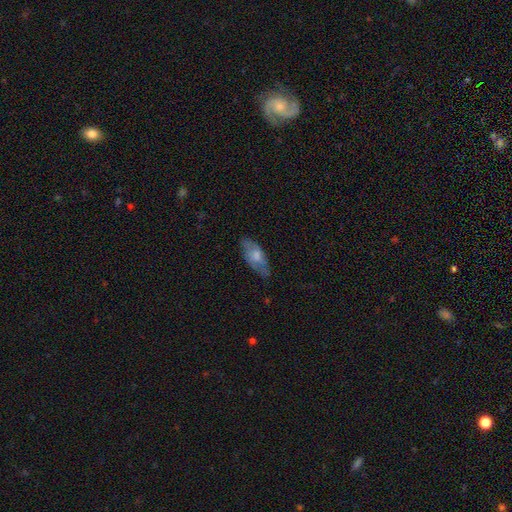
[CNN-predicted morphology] Smooth or featured? smooth (61%)
How rounded? in between (84%)
Merging? none (70%)